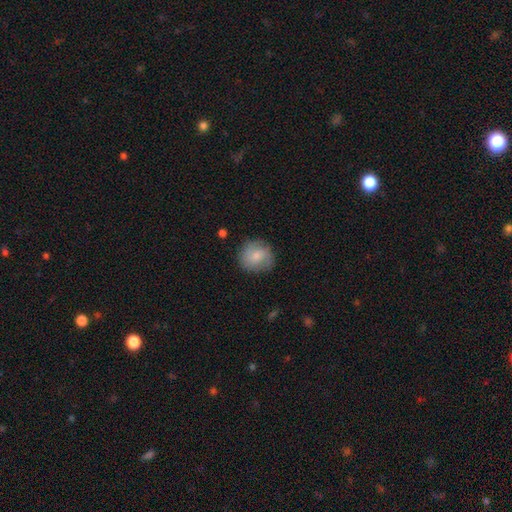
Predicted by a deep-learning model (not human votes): Smooth or featured?
  - smooth: 66% *
  - featured or disk: 27%
  - star or artifact: 7%
How rounded?
  - round: 84% *
  - in between: 14%
  - cigar-shaped: 1%
Merging?
  - none: 76% *
  - minor disturbance: 18%
  - major disturbance: 5%
  - merger: 1%